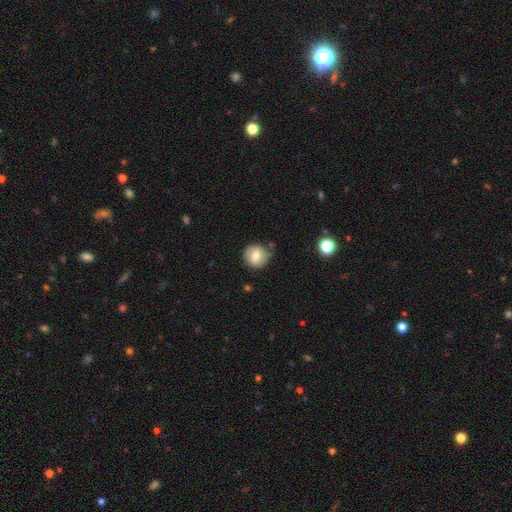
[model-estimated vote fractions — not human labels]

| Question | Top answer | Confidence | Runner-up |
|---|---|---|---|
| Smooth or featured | smooth | 70% | featured or disk (22%) |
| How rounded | round | 86% | in between (13%) |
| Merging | none | 74% | minor disturbance (17%) |